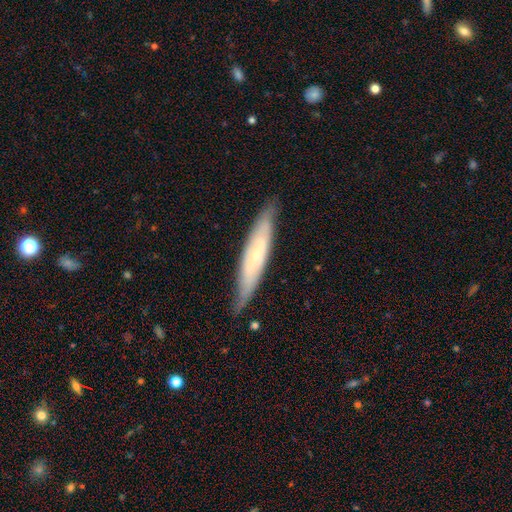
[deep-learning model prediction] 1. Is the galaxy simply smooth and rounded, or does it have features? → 52% featured or disk, 41% smooth, 6% star or artifact.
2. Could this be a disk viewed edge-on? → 65% yes, 35% no.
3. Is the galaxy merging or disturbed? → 79% none, 17% minor disturbance, 3% major disturbance, 1% merger.